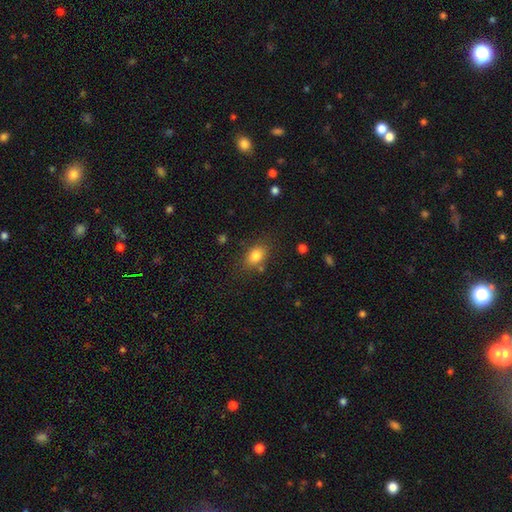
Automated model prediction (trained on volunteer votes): The model was most divided on "how rounded": in between: 74%, round: 24%, cigar-shaped: 2%. More confident: smooth or featured — smooth (81%); merging — none (76%).